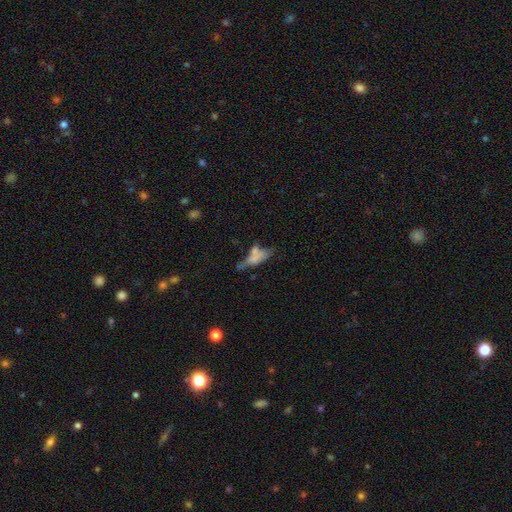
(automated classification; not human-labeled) Smooth or featured: smooth — 55% (featured or disk — 33%)
How rounded: in between — 51% (cigar-shaped — 45%)
Merging: none — 32% (tied with merger — 32%)